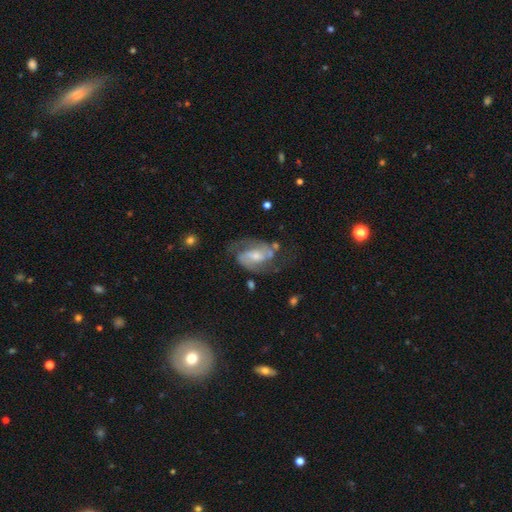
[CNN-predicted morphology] Smooth or featured? Predicted: featured or disk (p=0.82). Edge-on disk? Predicted: no (p=0.96). Bar? Predicted: weak (p=0.46). Spiral arms? Predicted: yes (p=0.93). Spiral winding? Predicted: medium (p=0.54). Spiral arm count? Predicted: 2 (p=0.87). Bulge size? Predicted: small (p=0.43). Merging? Predicted: none (p=0.58).